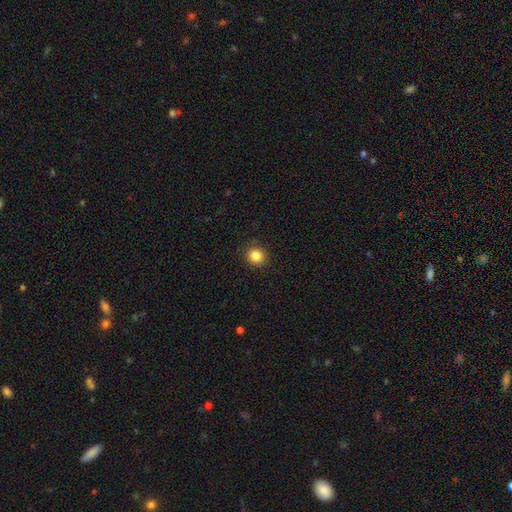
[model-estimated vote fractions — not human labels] Overall: smooth (84%). How rounded: round (91%). Merging: none (91%).